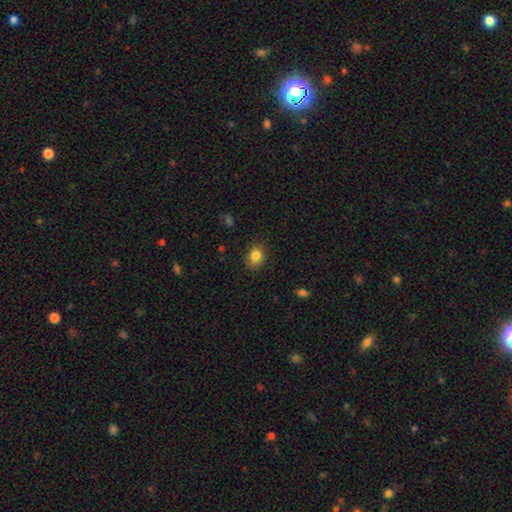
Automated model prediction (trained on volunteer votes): Smooth or featured?
  - smooth: 84% *
  - star or artifact: 10%
  - featured or disk: 6%
How rounded?
  - in between: 55% *
  - round: 44%
  - cigar-shaped: 1%
Merging?
  - none: 83% *
  - minor disturbance: 13%
  - major disturbance: 3%
  - merger: 1%